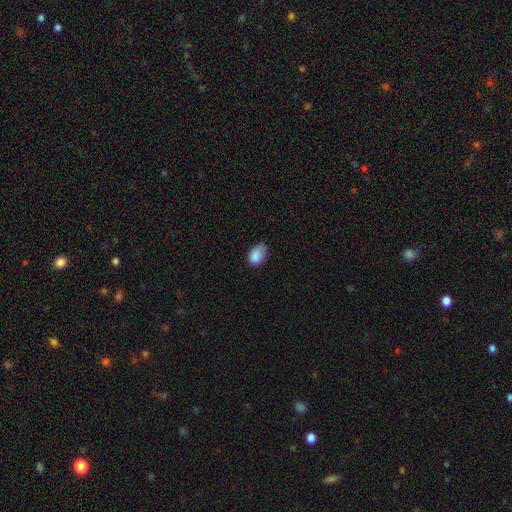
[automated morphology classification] Smooth or featured? Predicted: smooth (p=0.86). How rounded? Predicted: in between (p=0.83). Merging? Predicted: none (p=0.52).